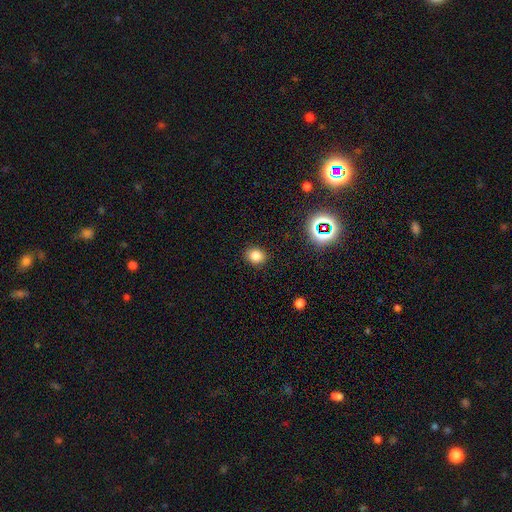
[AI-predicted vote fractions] Q: Smooth or featured?
A: smooth (81%); runner-up: star or artifact (14%)
Q: How rounded?
A: round (63%); runner-up: in between (36%)
Q: Merging?
A: none (88%); runner-up: minor disturbance (8%)